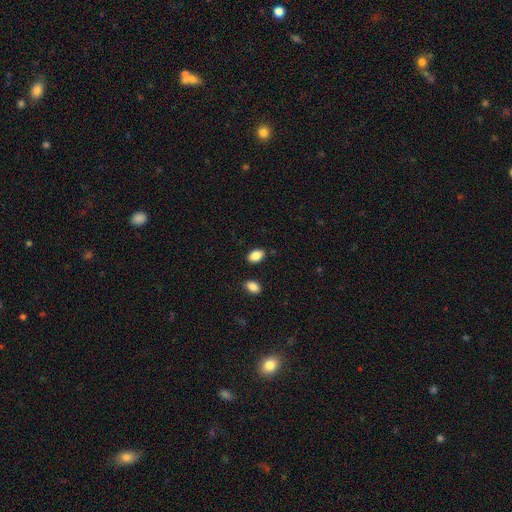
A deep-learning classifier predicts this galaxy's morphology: smooth 87%, star or artifact 8%, featured or disk 5%. Down the decision tree: how rounded — in between (88%); merging — none (85%).